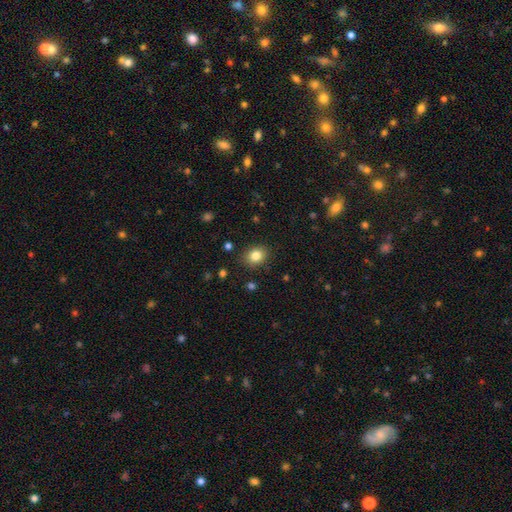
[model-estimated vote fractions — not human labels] A smooth galaxy with no disk features (83%) that is round (57%).

Vote fractions:
- Smooth or featured? smooth: 83% / star or artifact: 10% / featured or disk: 6%
- How rounded? round: 57% / in between: 42% / cigar-shaped: 1%
- Merging? none: 86% / minor disturbance: 10% / major disturbance: 3% / merger: 1%